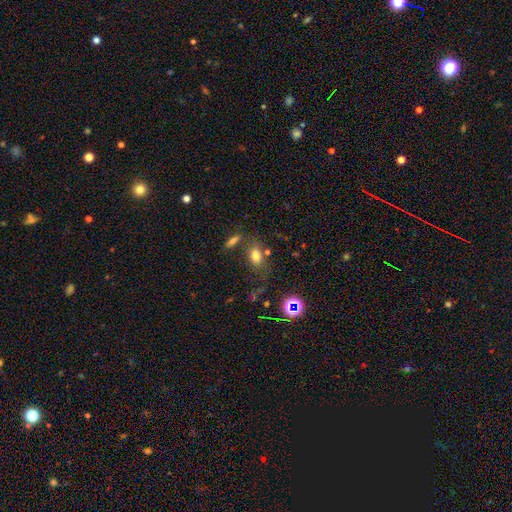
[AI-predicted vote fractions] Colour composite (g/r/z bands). It shows a smooth galaxy with no disk features (74%) that is in between round and cigar-shaped (76%). Merging: none (62%).